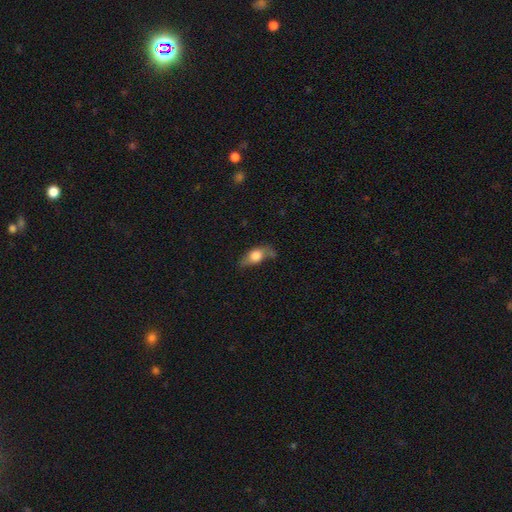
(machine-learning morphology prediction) smooth-or-featured: smooth: 63% | featured or disk: 28% | star or artifact: 8%
  how-rounded: in between: 74% | cigar-shaped: 14% | round: 13%
  merging: none: 46% | minor disturbance: 32% | major disturbance: 17% | merger: 5%